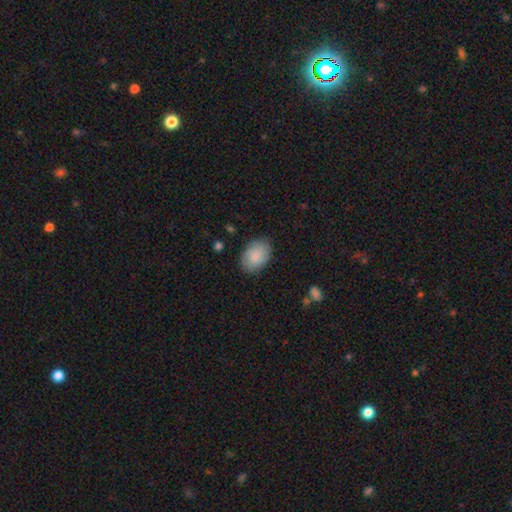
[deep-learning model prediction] Q: Smooth or featured?
A: smooth (87%); runner-up: featured or disk (7%)
Q: How rounded?
A: in between (85%); runner-up: round (14%)
Q: Merging?
A: none (84%); runner-up: minor disturbance (12%)